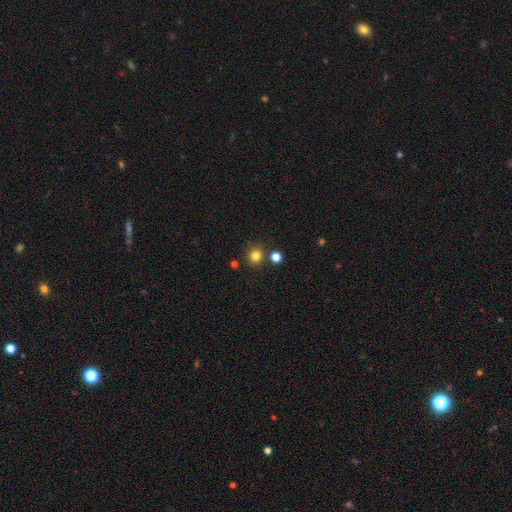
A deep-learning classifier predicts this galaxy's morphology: Smooth or featured?
  - smooth: 81% *
  - star or artifact: 14%
  - featured or disk: 5%
How rounded?
  - round: 91% *
  - in between: 8%
  - cigar-shaped: 1%
Merging?
  - none: 82% *
  - minor disturbance: 7%
  - merger: 7%
  - major disturbance: 3%